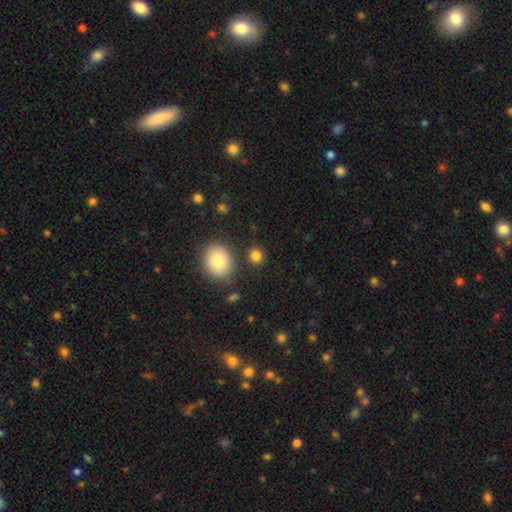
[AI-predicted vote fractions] The model was most divided on "how rounded": round: 80%, in between: 19%, cigar-shaped: 1%. More confident: merging — none (85%); smooth or featured — smooth (84%).